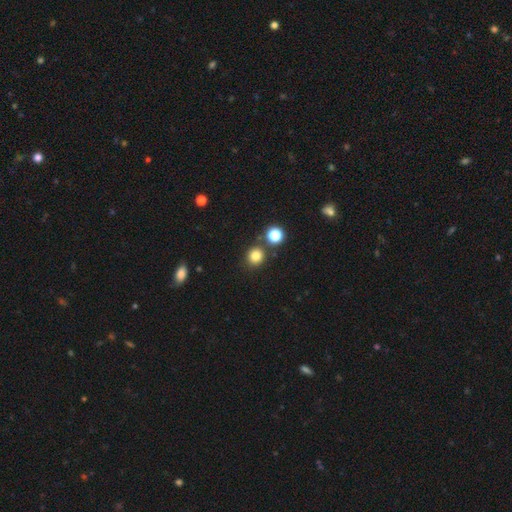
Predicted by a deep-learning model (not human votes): smooth 80%, star or artifact 14%, featured or disk 5%. Down the decision tree: how rounded — round (88%); merging — none (80%).